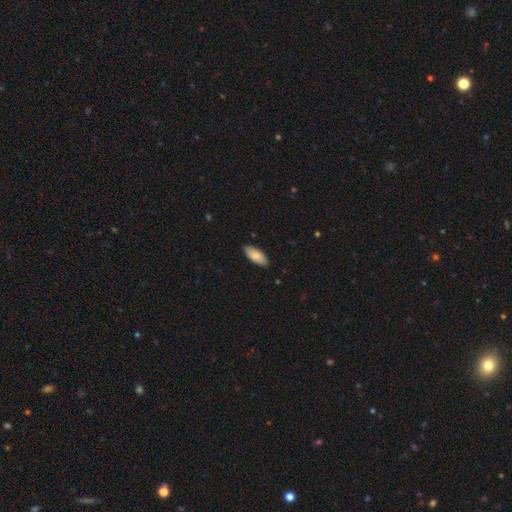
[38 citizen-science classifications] Overall: smooth (79%). How rounded: in between (77%). Merging: none (89%).